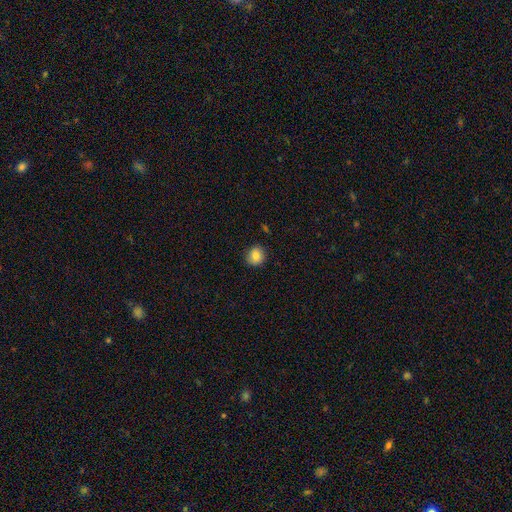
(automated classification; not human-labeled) A smooth galaxy with no disk features (79%) that is round (88%).

Vote fractions:
- Smooth or featured? smooth: 79% / featured or disk: 12% / star or artifact: 9%
- How rounded? round: 88% / in between: 11% / cigar-shaped: 1%
- Merging? none: 86% / minor disturbance: 11% / major disturbance: 2% / merger: 1%